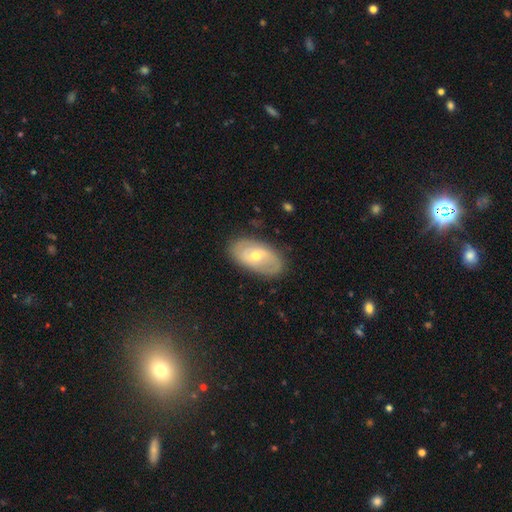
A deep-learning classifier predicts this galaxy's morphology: smooth-or-featured: featured or disk: 57% | smooth: 36% | star or artifact: 7%
  disk-edge-on: no: 91% | yes: 9%
    bar: no: 57% | weak: 34% | strong: 10%
    has-spiral-arms: yes: 56% | no: 44%
    bulge-size: moderate: 56% | small: 41% | large: 2% | none: 1% | dominant: 1%
  merging: none: 81% | minor disturbance: 14% | major disturbance: 4% | merger: 1%